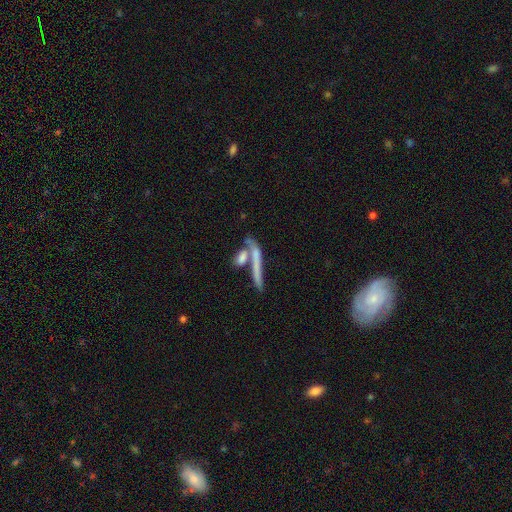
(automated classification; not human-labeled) smooth 52%, featured or disk 38%, star or artifact 10%. Down the decision tree: how rounded — cigar-shaped (83%); merging — none (43%).